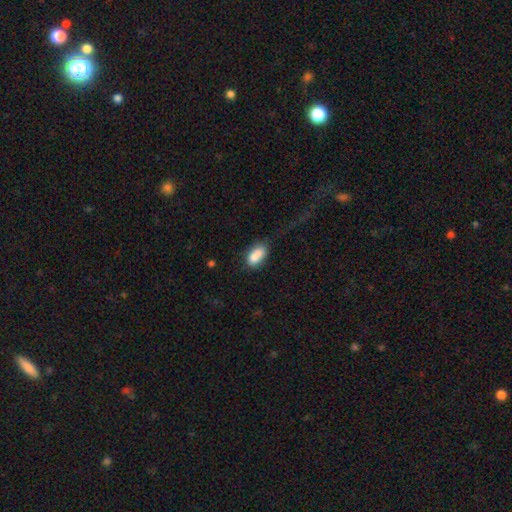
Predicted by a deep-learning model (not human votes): Overall: smooth (84%). How rounded: in between (88%). Merging: none (52%; minor disturbance 25%).